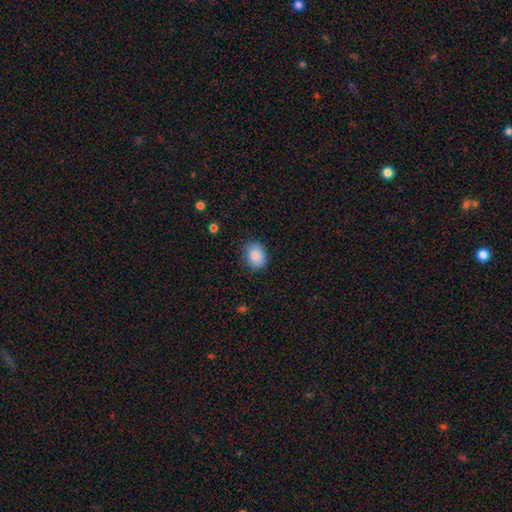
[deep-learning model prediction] Overall: smooth (87%). How rounded: in between (51%; round 48%). Merging: none (80%).